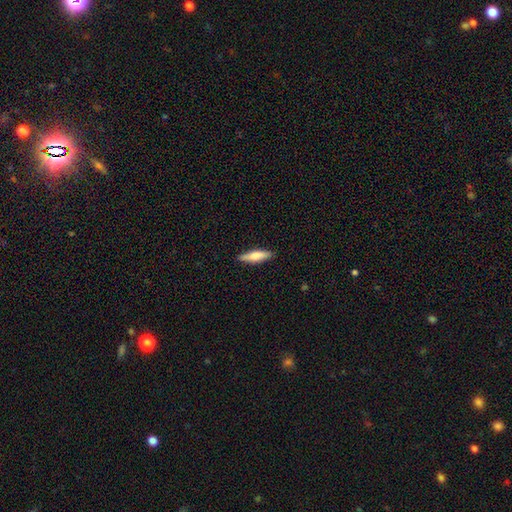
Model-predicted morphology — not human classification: smooth_or_featured: smooth (p=0.66) [alt: featured or disk p=0.29]
how_rounded: cigar-shaped (p=0.69) [alt: in between p=0.29]
merging: none (p=0.88) [alt: minor disturbance p=0.09]